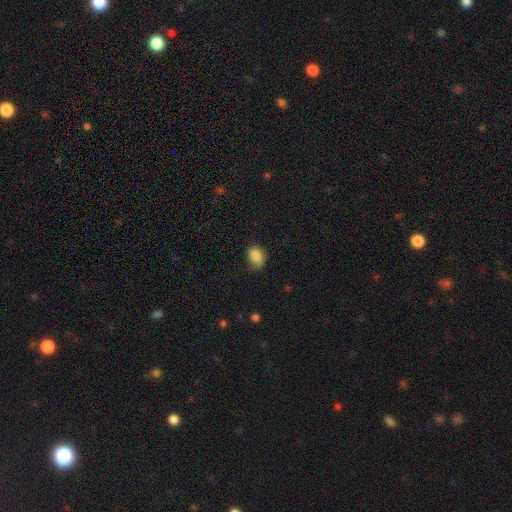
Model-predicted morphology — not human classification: type=smooth (86%); roundness=in between (77%); merging=none (63%).